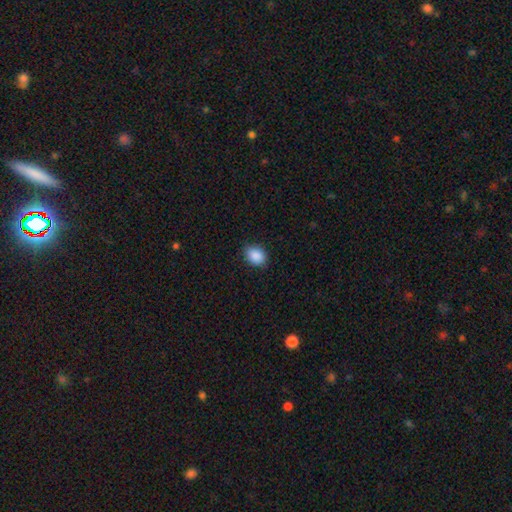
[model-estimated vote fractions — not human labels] Smooth or featured? Predicted: smooth (p=0.90). How rounded? Predicted: in between (p=0.67). Merging? Predicted: none (p=0.85).